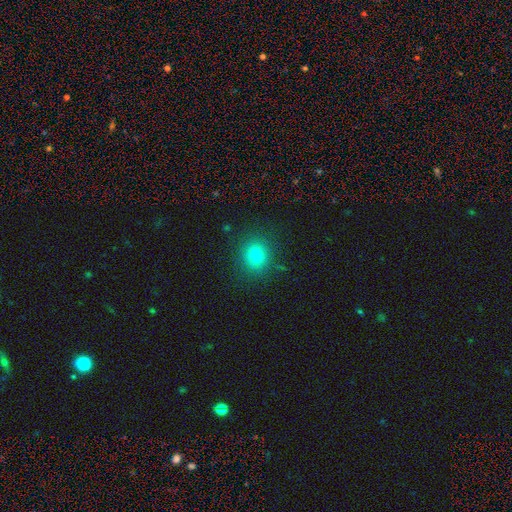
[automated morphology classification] This appears to be a smooth galaxy with no disk features (77%) that is round (83%). Merging: none (87%).